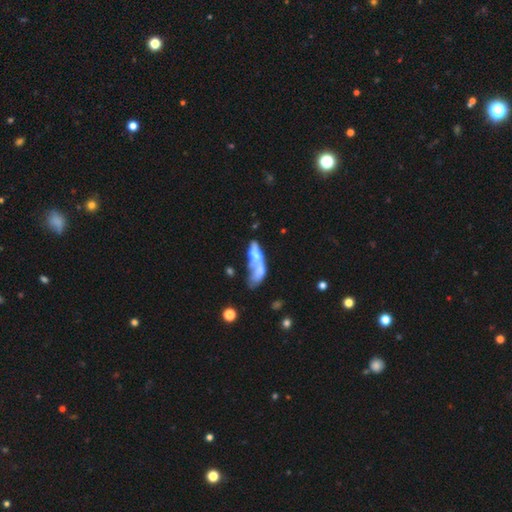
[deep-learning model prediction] Smooth or featured? featured or disk (47%)
Merging? merger (53%)